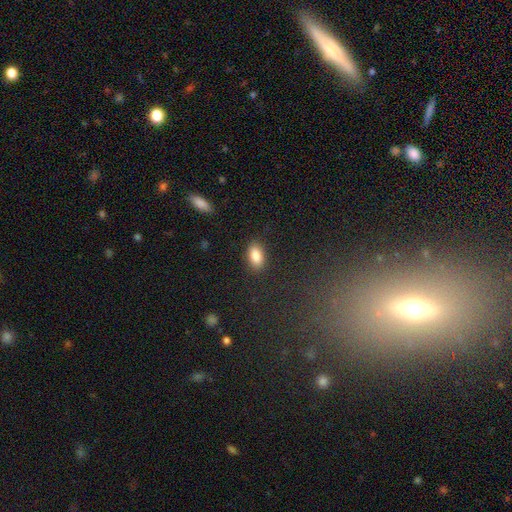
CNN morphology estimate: Smooth or featured? Predicted: smooth (p=0.88). How rounded? Predicted: in between (p=0.92). Merging? Predicted: none (p=0.85).